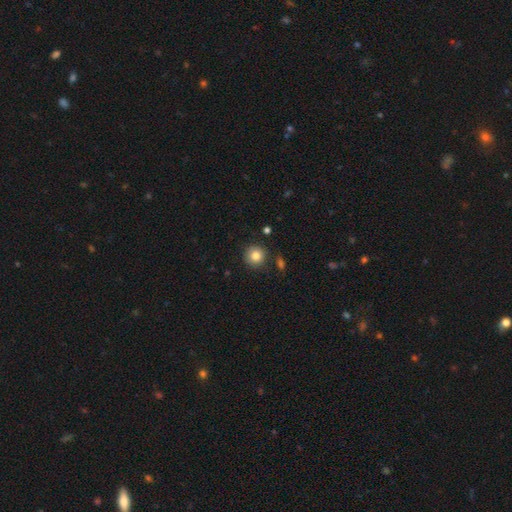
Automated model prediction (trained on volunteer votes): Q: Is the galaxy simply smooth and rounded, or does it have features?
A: smooth — 83%.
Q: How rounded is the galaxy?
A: round — 93%.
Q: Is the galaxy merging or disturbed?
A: none — 87%.